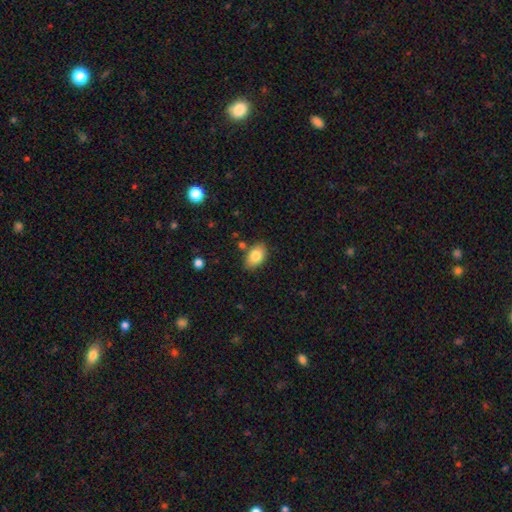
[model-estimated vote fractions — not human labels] Smooth or featured? Predicted: smooth (p=0.82). How rounded? Predicted: in between (p=0.90). Merging? Predicted: none (p=0.82).